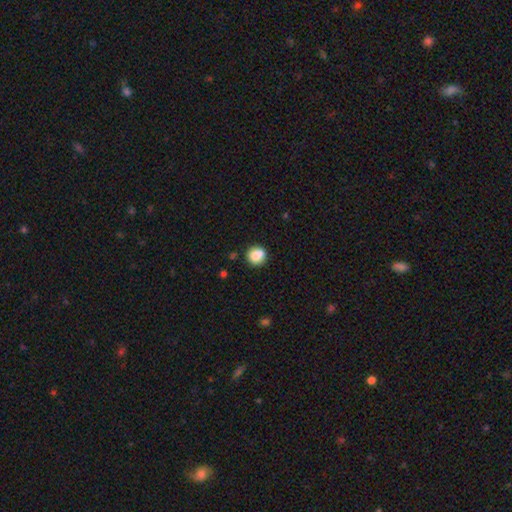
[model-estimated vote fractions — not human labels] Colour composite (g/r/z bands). It shows a smooth galaxy with no disk features (80%) that is round (86%). Merging: none (62%).